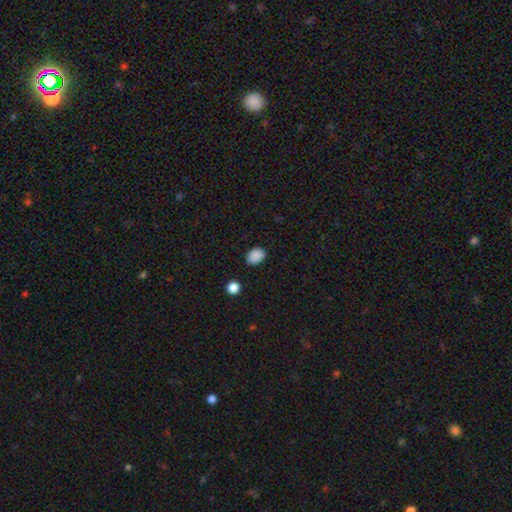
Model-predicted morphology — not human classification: smooth_or_featured: smooth (p=0.87) [alt: star or artifact p=0.10]
how_rounded: in between (p=0.66) [alt: round p=0.33]
merging: none (p=0.80) [alt: minor disturbance p=0.15]